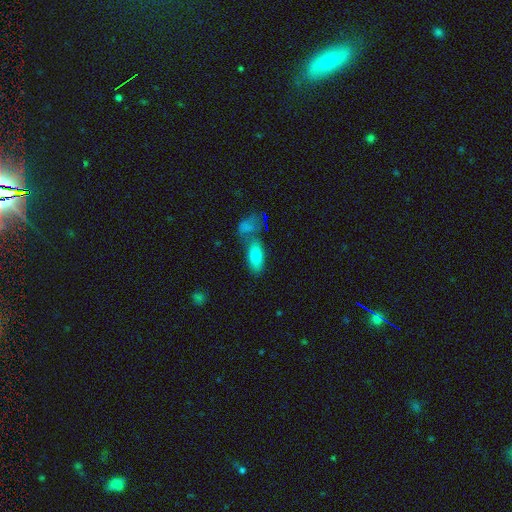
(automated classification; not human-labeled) smooth_or_featured: smooth (p=0.77) [alt: featured or disk p=0.15]
how_rounded: in between (p=0.84) [alt: cigar-shaped p=0.12]
merging: none (p=0.54) [alt: merger p=0.26]